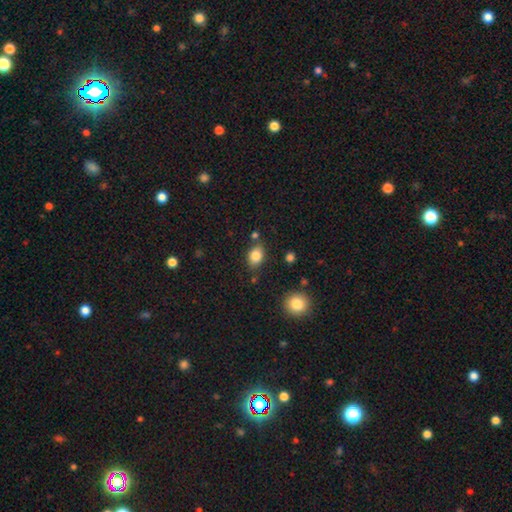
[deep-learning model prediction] smooth_or_featured: smooth (p=0.84) [alt: star or artifact p=0.09]
how_rounded: in between (p=0.75) [alt: round p=0.23]
merging: none (p=0.76) [alt: minor disturbance p=0.14]